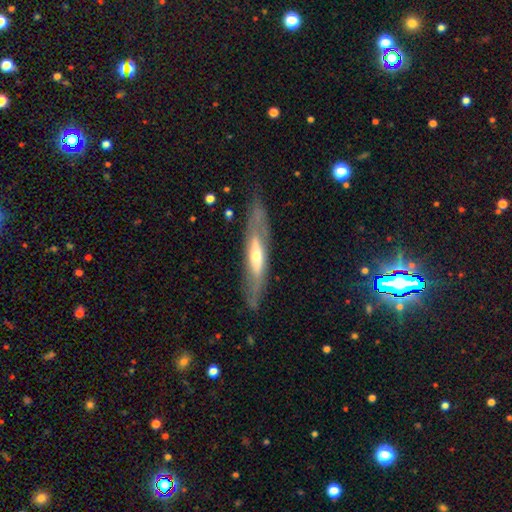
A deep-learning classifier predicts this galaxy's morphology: featured or disk 67%, smooth 27%, star or artifact 6%. Down the decision tree: edge-on disk — yes (57%); merging — none (75%).